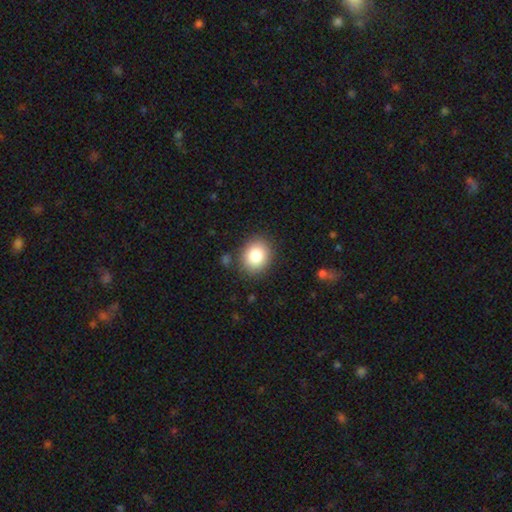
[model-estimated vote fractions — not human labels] Q: Smooth or featured?
A: smooth (84%); runner-up: star or artifact (9%)
Q: How rounded?
A: round (63%); runner-up: in between (36%)
Q: Merging?
A: none (86%); runner-up: minor disturbance (9%)